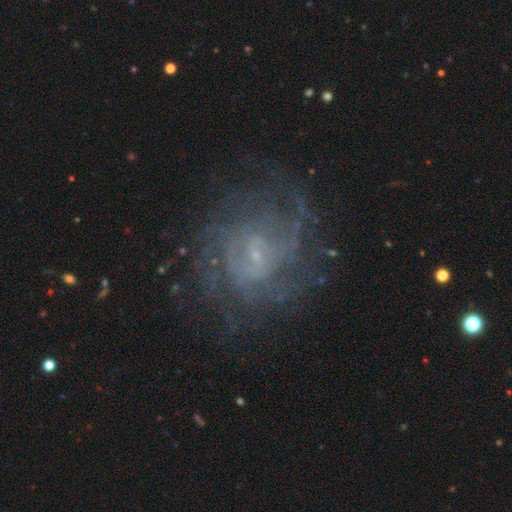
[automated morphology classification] A featured or disk galaxy (78%) with a weak bar (46%), tight (54%) spiral arms (87%) and a small central bulge (76%).

Vote fractions:
- Smooth or featured? featured or disk: 78% / star or artifact: 11% / smooth: 10%
- Edge-on disk? no: 97% / yes: 3%
- Bar? weak: 46% / no: 44% / strong: 10%
- Spiral arms? yes: 87% / no: 13%
- Spiral winding? tight: 54% / medium: 33% / loose: 13%
- Spiral arm count? can't tell: 48% / 2: 15% / 4: 11% / 3: 11% / more than 4: 8% / 1: 7%
- Bulge size? small: 76% / none: 12% / moderate: 10% / large: 1% / dominant: 1%
- Merging? none: 74% / minor disturbance: 14% / major disturbance: 11% / merger: 2%